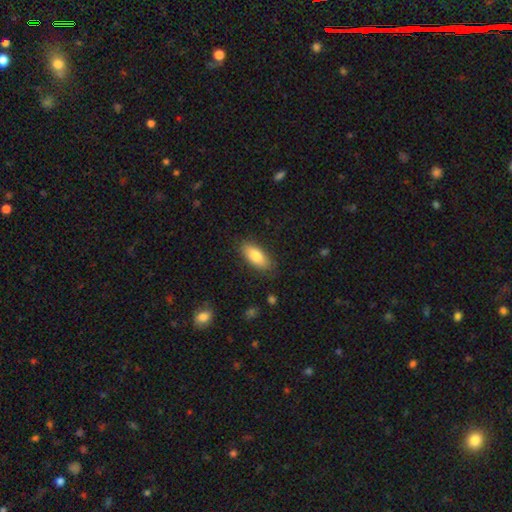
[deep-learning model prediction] Q: Smooth or featured?
A: smooth (81%); runner-up: featured or disk (12%)
Q: How rounded?
A: in between (85%); runner-up: cigar-shaped (13%)
Q: Merging?
A: none (83%); runner-up: minor disturbance (13%)